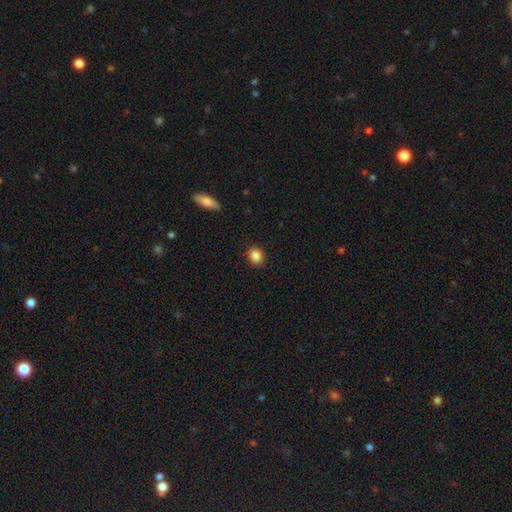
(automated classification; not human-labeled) The model was most divided on "how rounded": round: 68%, in between: 30%, cigar-shaped: 1%. More confident: merging — none (87%); smooth or featured — smooth (87%).